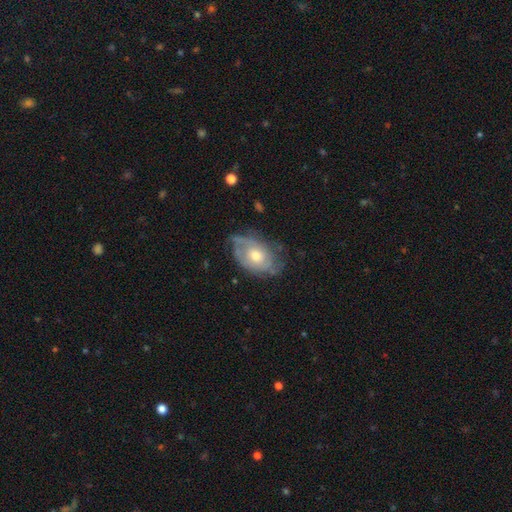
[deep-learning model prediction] Morphology: type=featured or disk (69%); edge-on=no (94%); bar=no (80%); spiral arms=yes (77%); winding=tight (52%); arm count=can't tell (44%); bulge=moderate (69%); merging=none (58%).